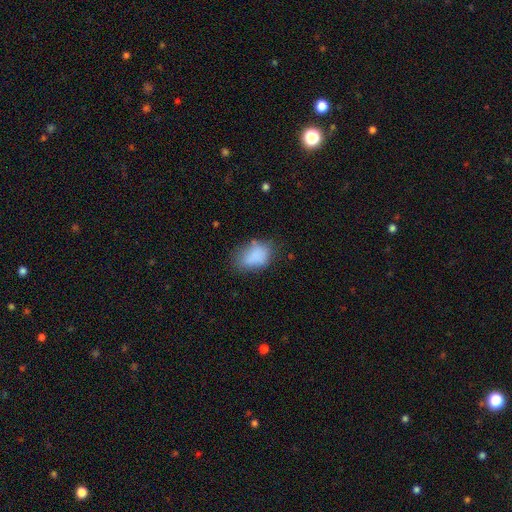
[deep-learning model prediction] Morphology: type=smooth (82%); roundness=in between (85%); merging=none (56%).